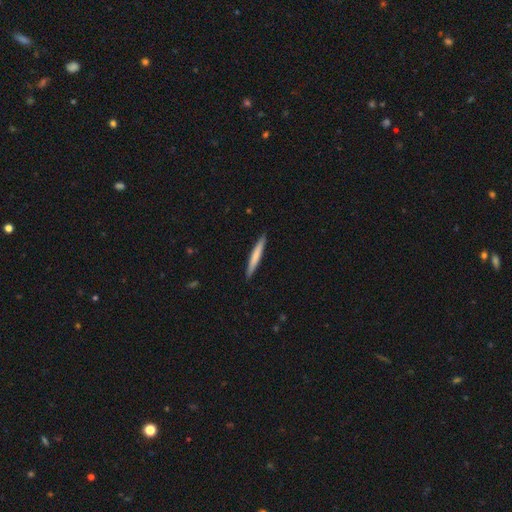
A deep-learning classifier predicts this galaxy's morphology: A smooth galaxy with no disk features (67%) that is cigar-shaped (96%).

Vote fractions:
- Smooth or featured? smooth: 67% / featured or disk: 28% / star or artifact: 5%
- How rounded? cigar-shaped: 96% / in between: 3% / round: 1%
- Merging? none: 91% / minor disturbance: 7% / major disturbance: 1% / merger: 1%